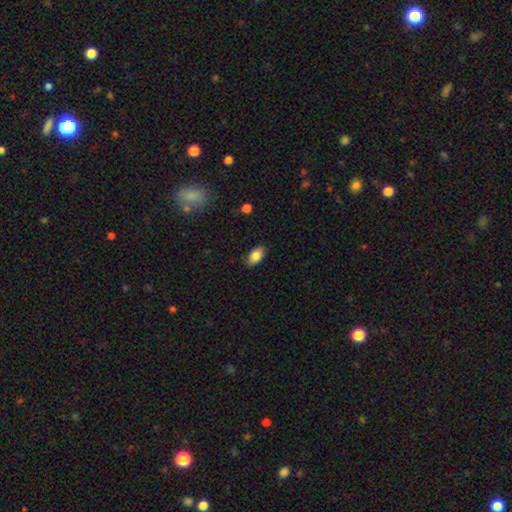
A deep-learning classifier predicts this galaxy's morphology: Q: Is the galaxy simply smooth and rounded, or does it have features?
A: smooth — 86%.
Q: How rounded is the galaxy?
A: in between — 93%.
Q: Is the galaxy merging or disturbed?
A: none — 87%.